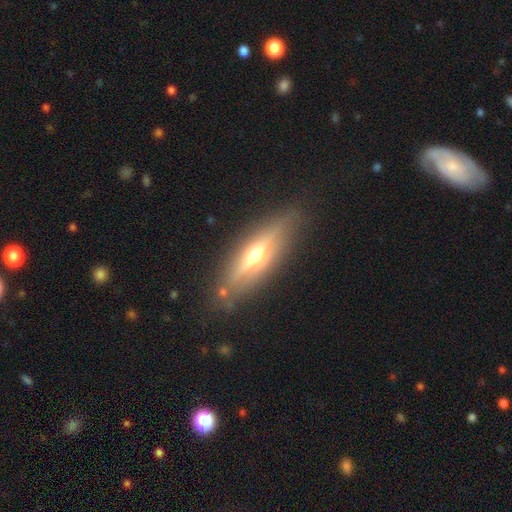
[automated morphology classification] This appears to be a featured or disk galaxy (66%) viewed edge-on (89%) with a rounded central bulge (93%). Merging: none (82%).